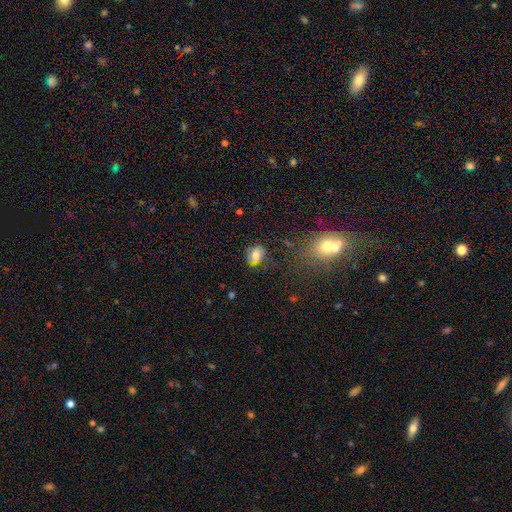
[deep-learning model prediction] smooth-or-featured: smooth: 59% | featured or disk: 29% | star or artifact: 12%
  how-rounded: round: 50% | in between: 49% | cigar-shaped: 1%
  merging: none: 67% | minor disturbance: 21% | major disturbance: 8% | merger: 3%